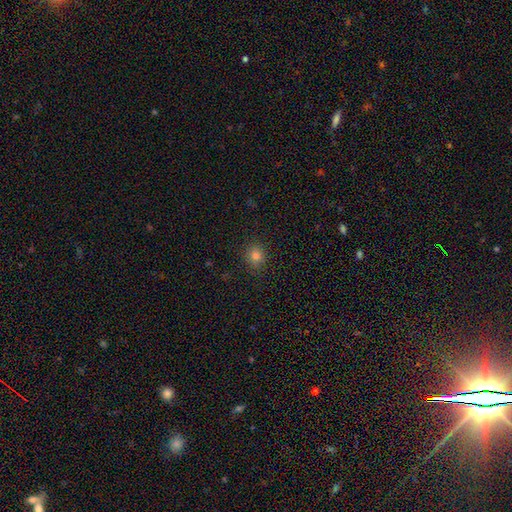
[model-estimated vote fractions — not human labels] smooth-or-featured: smooth: 80% | star or artifact: 14% | featured or disk: 6%
  how-rounded: round: 85% | in between: 14% | cigar-shaped: 1%
  merging: none: 90% | minor disturbance: 7% | major disturbance: 2% | merger: 1%